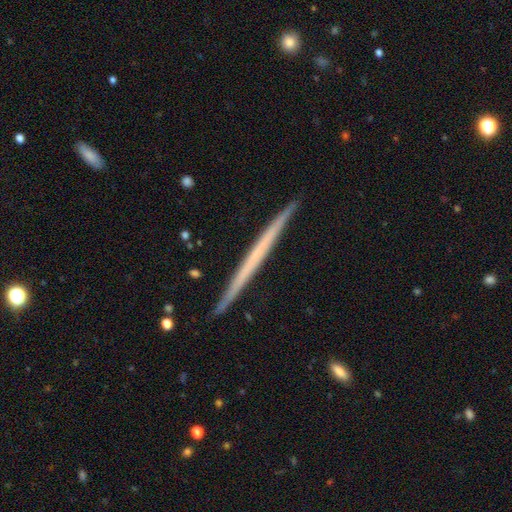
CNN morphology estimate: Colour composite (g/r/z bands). It shows a featured or disk galaxy (59%) viewed edge-on (98%) with no central bulge (92%). Merging: none (92%).